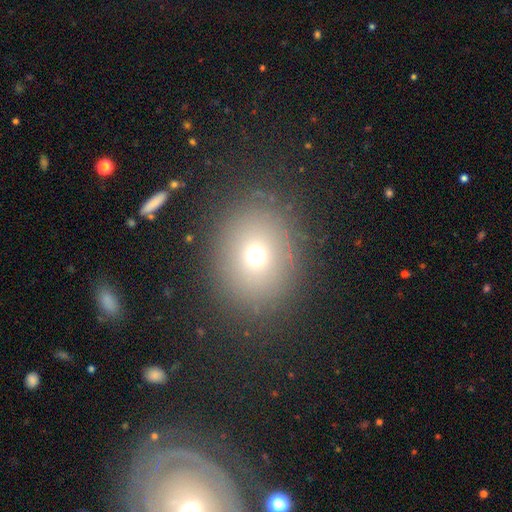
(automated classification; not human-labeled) Smooth or featured? smooth (69%)
How rounded? round (58%)
Merging? none (85%)